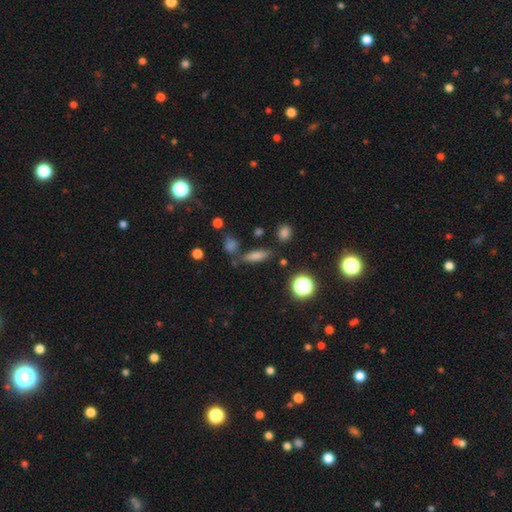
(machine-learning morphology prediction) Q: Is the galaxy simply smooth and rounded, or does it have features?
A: smooth — 67%.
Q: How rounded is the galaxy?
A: cigar-shaped — 52%.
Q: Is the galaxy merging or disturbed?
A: none — 73%.